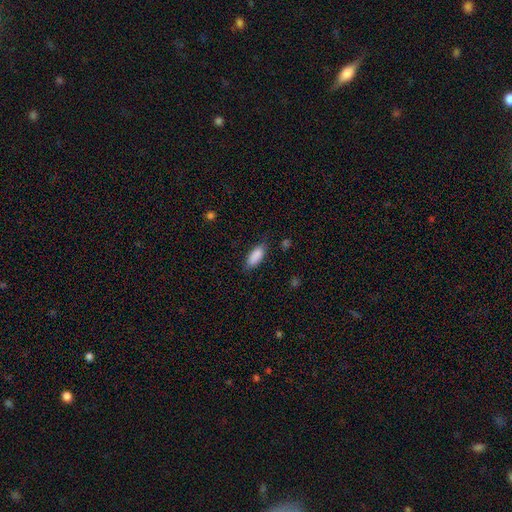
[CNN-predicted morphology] This is clearly a smooth galaxy (88%). How rounded: clearly in between (82%). Merging: likely none (79%).